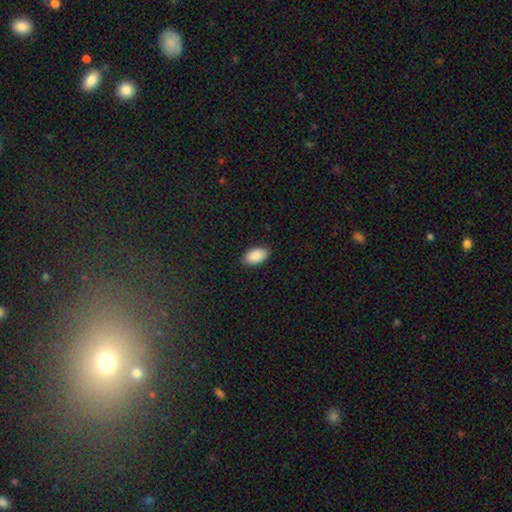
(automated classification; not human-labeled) Smooth or featured?
  - smooth: 90% *
  - star or artifact: 7%
  - featured or disk: 3%
How rounded?
  - in between: 95% *
  - round: 4%
  - cigar-shaped: 1%
Merging?
  - none: 89% *
  - minor disturbance: 8%
  - major disturbance: 2%
  - merger: 1%